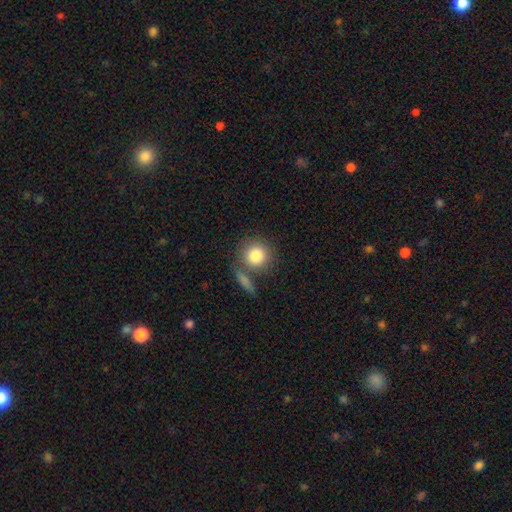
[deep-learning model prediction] Smooth or featured? Predicted: smooth (p=0.83). How rounded? Predicted: round (p=0.88). Merging? Predicted: none (p=0.65).